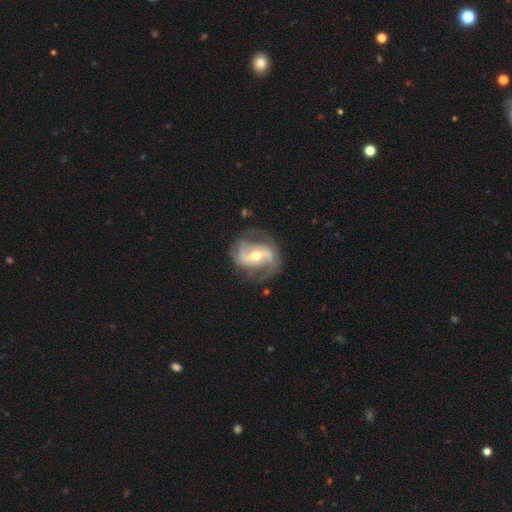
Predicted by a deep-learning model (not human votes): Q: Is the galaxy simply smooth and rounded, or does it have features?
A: featured or disk — 86%.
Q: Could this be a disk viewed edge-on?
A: no — 97%.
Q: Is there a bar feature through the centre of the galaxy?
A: weak — 40%.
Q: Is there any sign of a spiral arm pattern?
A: yes — 93%.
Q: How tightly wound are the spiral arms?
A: medium — 47%.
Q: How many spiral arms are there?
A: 2 — 83%.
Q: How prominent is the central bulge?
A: moderate — 68%.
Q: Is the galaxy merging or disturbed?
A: none — 69%.